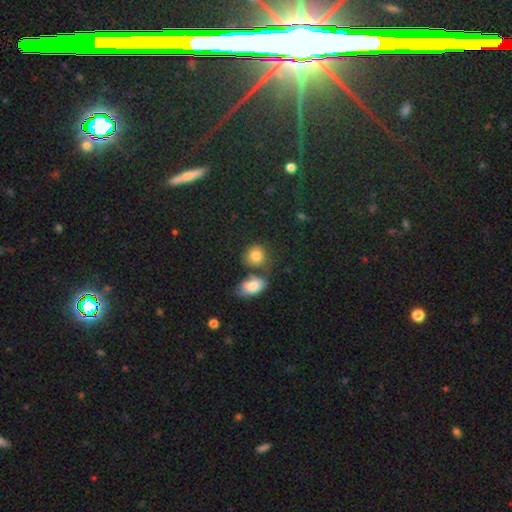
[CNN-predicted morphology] This is clearly a smooth galaxy (83%). How rounded: likely round (68%). Merging: possibly none (58%).